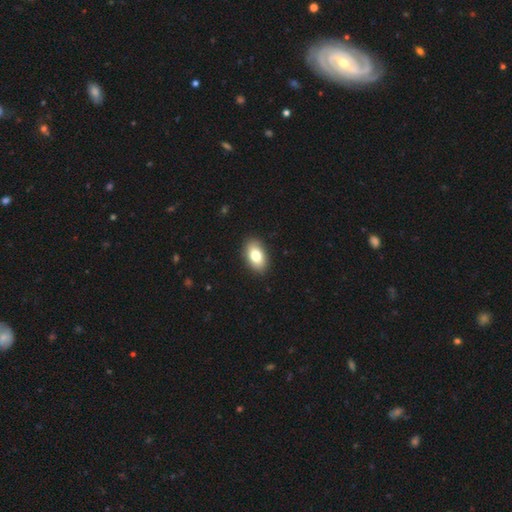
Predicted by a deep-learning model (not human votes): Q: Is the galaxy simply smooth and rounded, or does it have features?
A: smooth — 80%.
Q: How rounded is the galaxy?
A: in between — 91%.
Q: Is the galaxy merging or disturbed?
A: none — 89%.